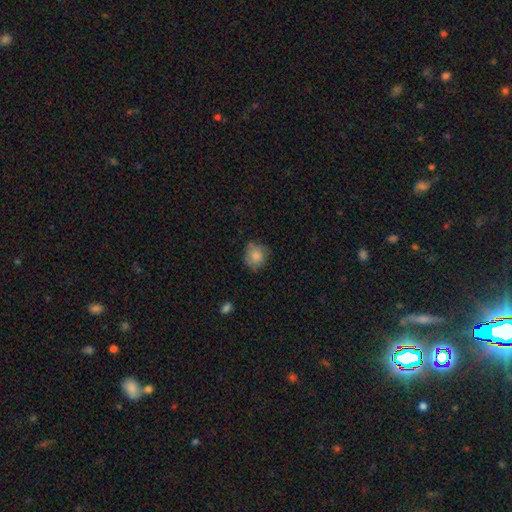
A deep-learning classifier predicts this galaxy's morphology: Smooth or featured? smooth (78%)
How rounded? round (81%)
Merging? none (66%)